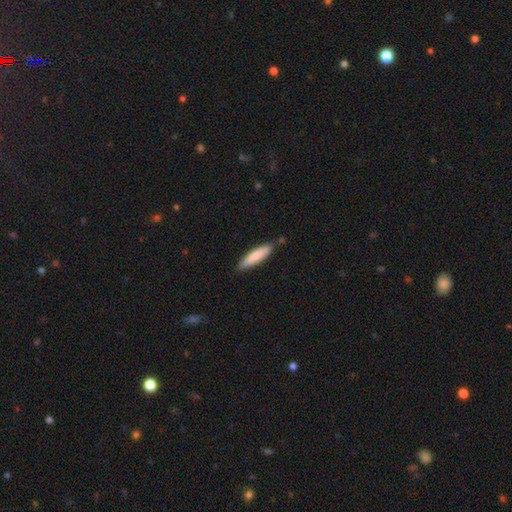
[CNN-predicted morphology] Smooth or featured? Predicted: smooth (p=0.80). How rounded? Predicted: cigar-shaped (p=0.80). Merging? Predicted: none (p=0.79).